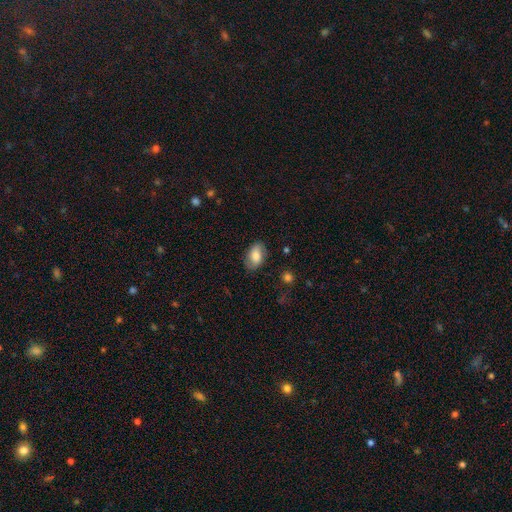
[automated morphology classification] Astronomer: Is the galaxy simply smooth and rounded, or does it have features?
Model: smooth — 71%.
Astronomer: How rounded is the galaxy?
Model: in between — 90%.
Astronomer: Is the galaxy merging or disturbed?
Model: none — 79%.